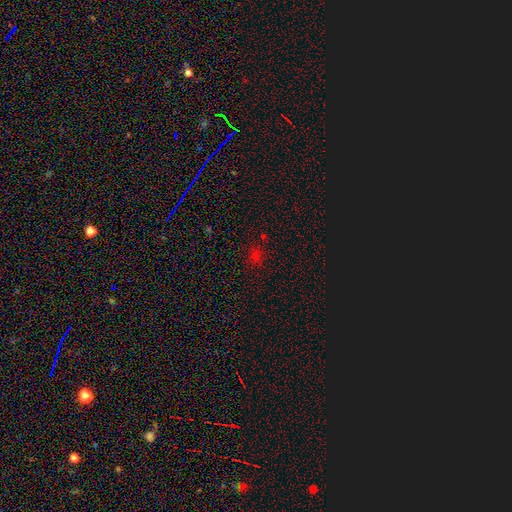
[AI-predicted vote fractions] This is possibly a smooth galaxy (52%). How rounded: possibly round (55%). Merging: likely none (75%).